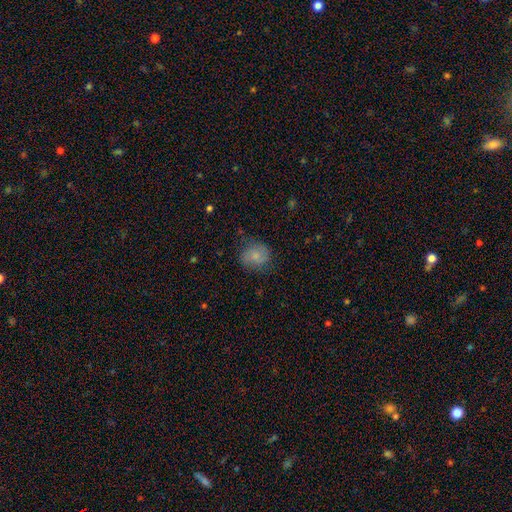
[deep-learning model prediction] Smooth or featured? Predicted: smooth (p=0.73). How rounded? Predicted: round (p=0.76). Merging? Predicted: none (p=0.73).